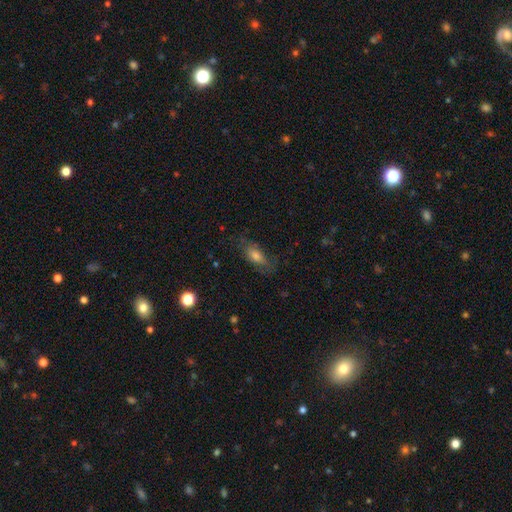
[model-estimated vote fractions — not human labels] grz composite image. It shows a smooth galaxy with no disk features (56%) that is in between round and cigar-shaped (74%). Merging: none (67%).